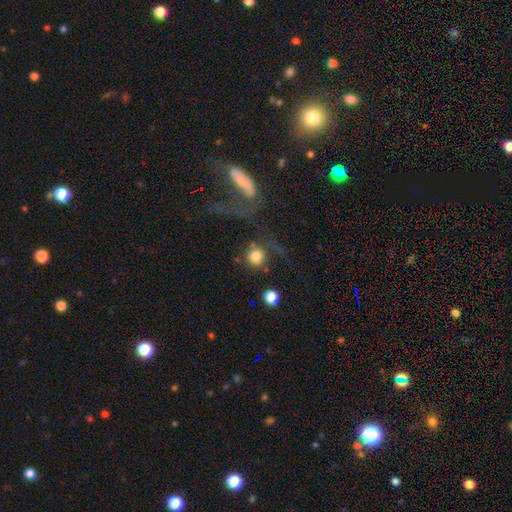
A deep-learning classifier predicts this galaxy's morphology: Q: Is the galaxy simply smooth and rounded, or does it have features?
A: smooth — 76%.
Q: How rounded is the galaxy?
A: round — 88%.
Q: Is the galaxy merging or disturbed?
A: none — 49%.